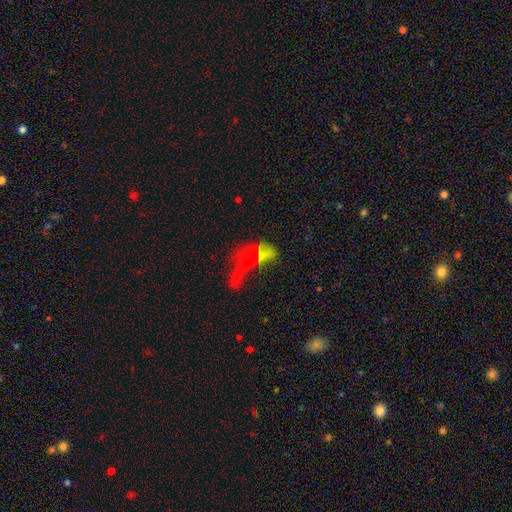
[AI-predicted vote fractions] Q: Smooth or featured?
A: smooth (42%); runner-up: featured or disk (32%)
Q: Merging?
A: merger (34%); runner-up: none (30%)